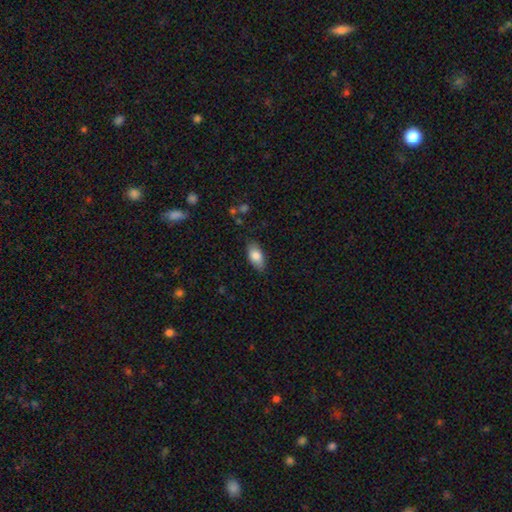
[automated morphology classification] smooth_or_featured: smooth (p=0.83) [alt: featured or disk p=0.10]
how_rounded: in between (p=0.91) [alt: cigar-shaped p=0.05]
merging: none (p=0.83) [alt: minor disturbance p=0.13]